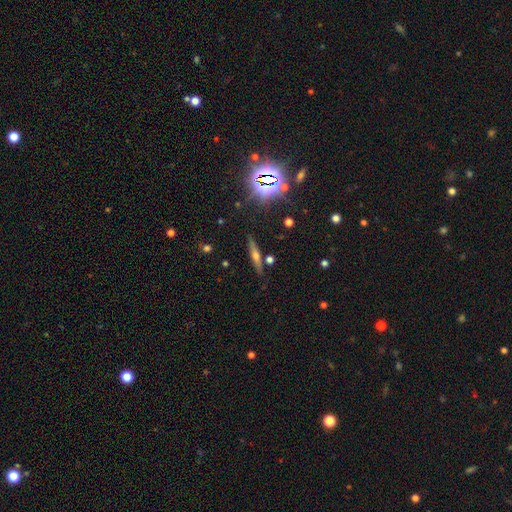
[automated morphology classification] smooth-or-featured: featured or disk: 54% | smooth: 29% | star or artifact: 18%
  disk-edge-on: yes: 93% | no: 7%
    edge-on-bulge: rounded: 85% | none: 9% | boxy: 7%
  merging: none: 83% | minor disturbance: 10% | merger: 5% | major disturbance: 3%